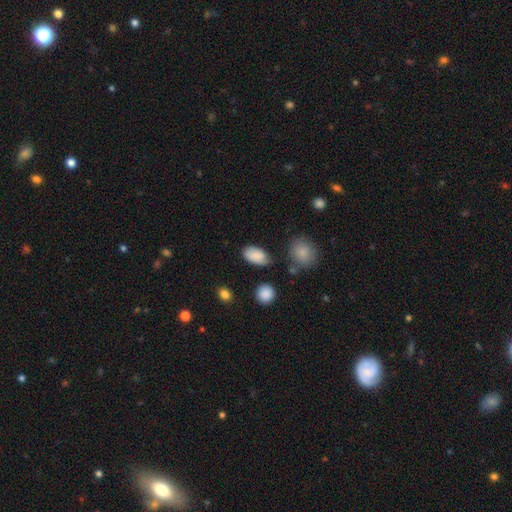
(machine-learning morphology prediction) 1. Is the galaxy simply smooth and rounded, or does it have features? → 84% smooth, 8% star or artifact, 8% featured or disk.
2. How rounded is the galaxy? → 92% in between, 6% round, 2% cigar-shaped.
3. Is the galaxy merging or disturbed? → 69% none, 21% minor disturbance, 5% major disturbance, 5% merger.